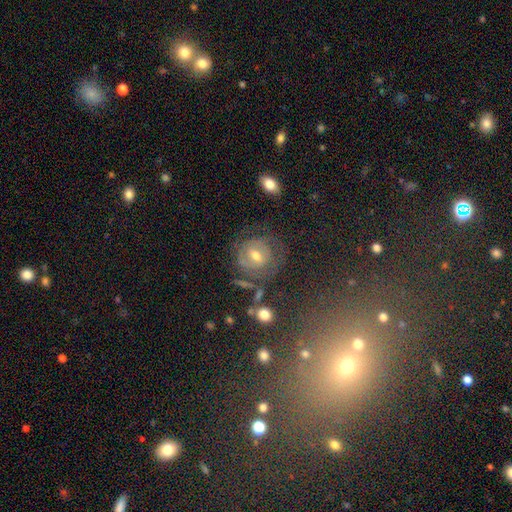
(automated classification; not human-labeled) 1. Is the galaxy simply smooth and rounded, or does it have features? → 59% featured or disk, 28% smooth, 12% star or artifact.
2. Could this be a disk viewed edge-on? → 95% no, 5% yes.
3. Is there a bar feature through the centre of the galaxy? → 43% no (tied), 43% weak (tied), 14% strong.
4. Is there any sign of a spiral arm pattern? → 70% yes, 30% no.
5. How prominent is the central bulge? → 63% moderate, 31% small, 3% large, 2% none, 1% dominant.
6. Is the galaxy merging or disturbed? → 65% none, 19% minor disturbance, 13% major disturbance, 4% merger.